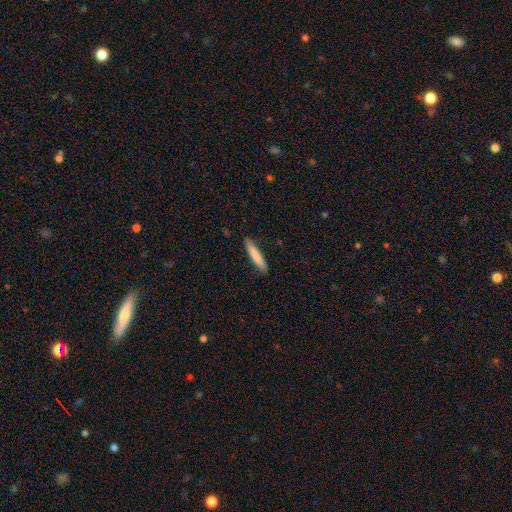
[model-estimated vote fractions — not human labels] smooth 81%, featured or disk 13%, star or artifact 5%. Down the decision tree: how rounded — cigar-shaped (90%); merging — none (89%).